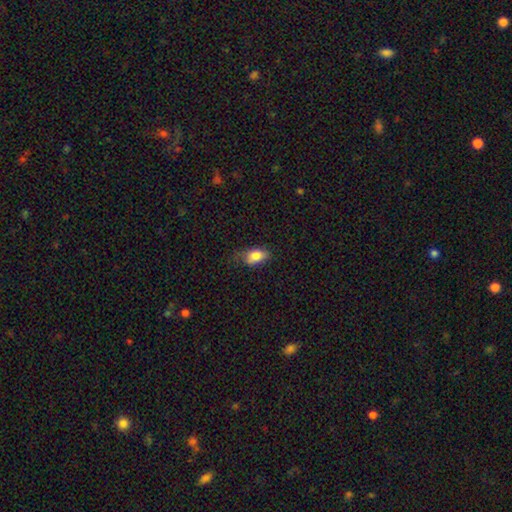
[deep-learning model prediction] Smooth or featured: smooth — 82% (featured or disk — 10%)
How rounded: in between — 87% (round — 10%)
Merging: none — 57% (minor disturbance — 32%)